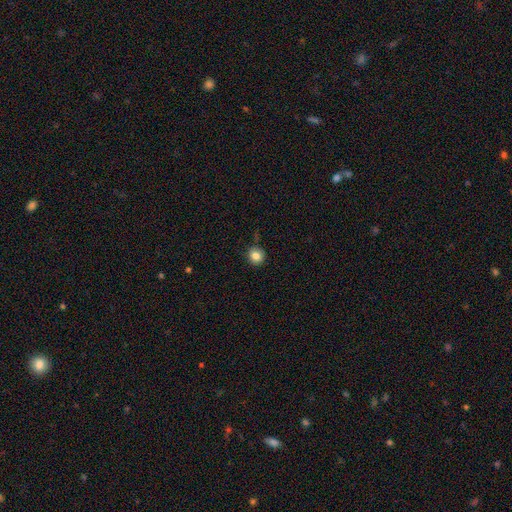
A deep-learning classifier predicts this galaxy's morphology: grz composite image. It shows a smooth galaxy with no disk features (83%) that is round (91%). Merging: none (82%).